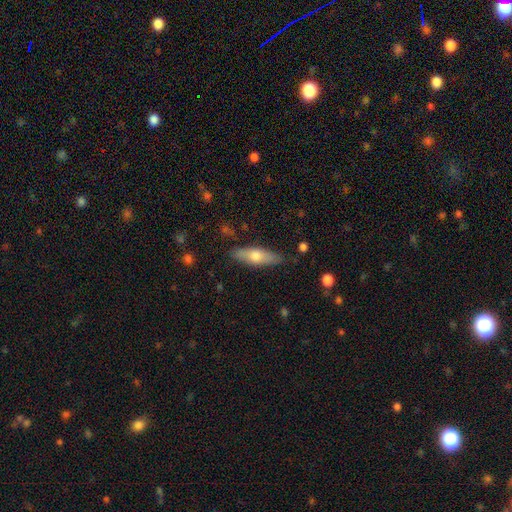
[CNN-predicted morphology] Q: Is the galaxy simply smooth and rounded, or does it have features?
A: smooth — 55%.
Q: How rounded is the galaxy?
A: cigar-shaped — 53%.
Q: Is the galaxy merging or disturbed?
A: none — 84%.